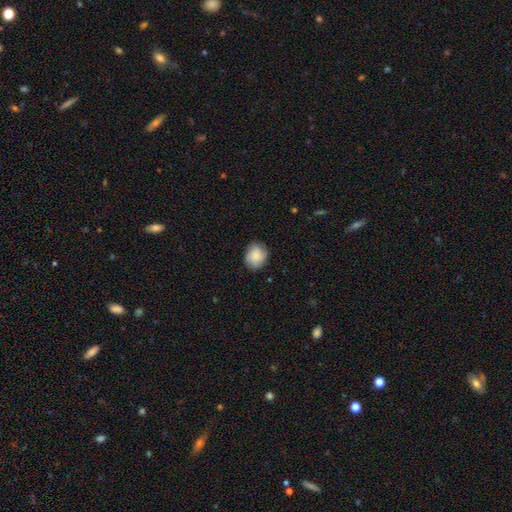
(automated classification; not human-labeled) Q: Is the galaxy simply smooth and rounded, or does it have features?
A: smooth — 74%.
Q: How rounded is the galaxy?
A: round — 63%.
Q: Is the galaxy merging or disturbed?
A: none — 80%.